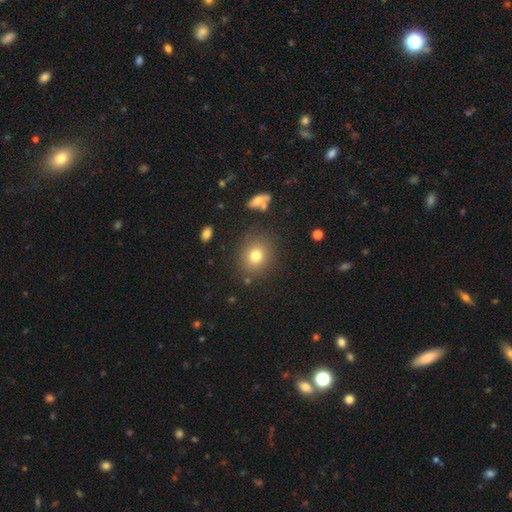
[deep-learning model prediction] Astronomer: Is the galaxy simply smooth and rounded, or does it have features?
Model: smooth — 77%.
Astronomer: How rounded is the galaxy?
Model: round — 76%.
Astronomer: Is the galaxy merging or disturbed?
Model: none — 84%.